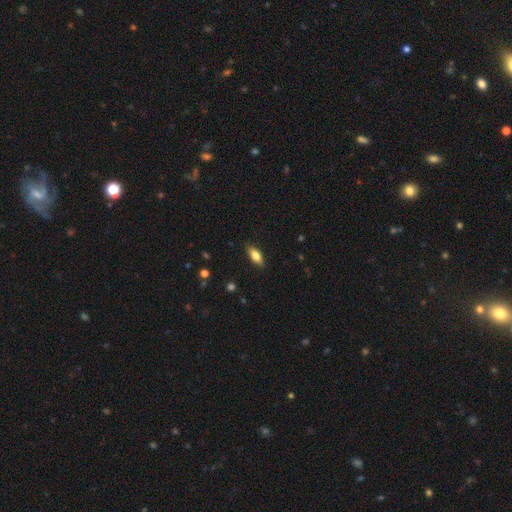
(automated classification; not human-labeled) Q: Smooth or featured?
A: smooth (75%); runner-up: featured or disk (18%)
Q: How rounded?
A: in between (77%); runner-up: cigar-shaped (20%)
Q: Merging?
A: none (86%); runner-up: minor disturbance (11%)